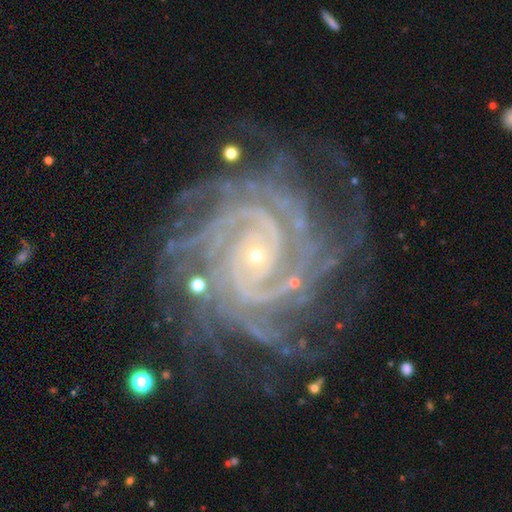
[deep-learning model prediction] Smooth or featured? Predicted: featured or disk (p=0.92). Edge-on disk? Predicted: no (p=0.98). Bar? Predicted: no (p=0.69). Spiral arms? Predicted: yes (p=0.99). Spiral winding? Predicted: tight (p=0.81). Spiral arm count? Predicted: more than 4 (p=0.27). Bulge size? Predicted: small (p=0.86). Merging? Predicted: none (p=0.73).